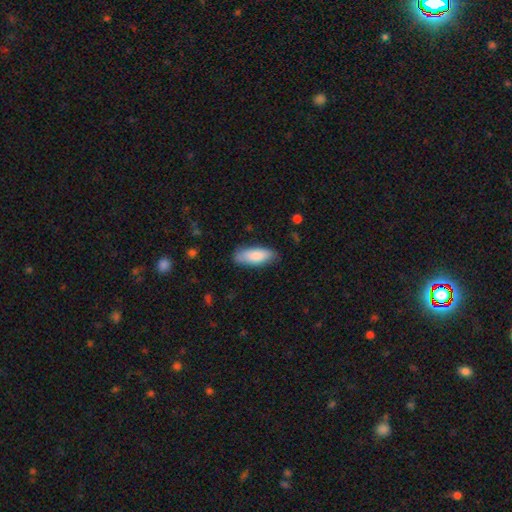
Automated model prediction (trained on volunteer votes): Smooth or featured?
  - smooth: 86% *
  - featured or disk: 9%
  - star or artifact: 5%
How rounded?
  - in between: 75% *
  - cigar-shaped: 23%
  - round: 2%
Merging?
  - none: 80% *
  - minor disturbance: 16%
  - major disturbance: 3%
  - merger: 1%